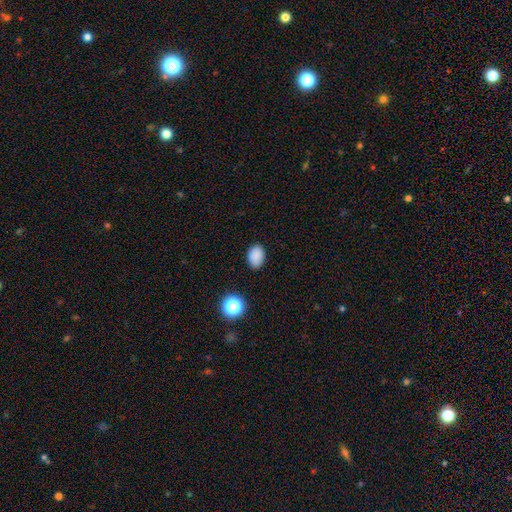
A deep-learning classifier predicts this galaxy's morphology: This appears to be a smooth galaxy with no disk features (85%) that is in between round and cigar-shaped (77%). Merging: none (85%).